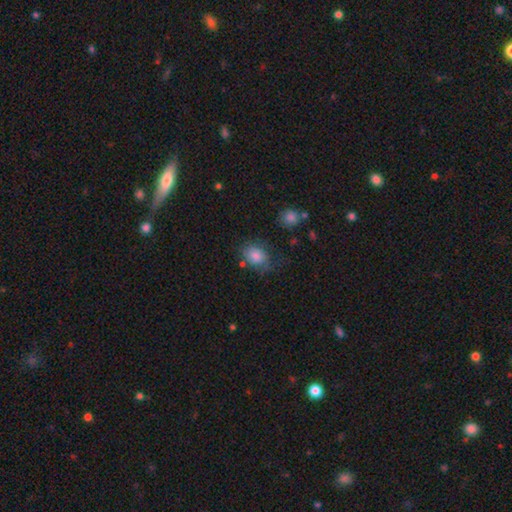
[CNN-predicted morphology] type=smooth (77%); roundness=in between (62%); merging=none (55%).